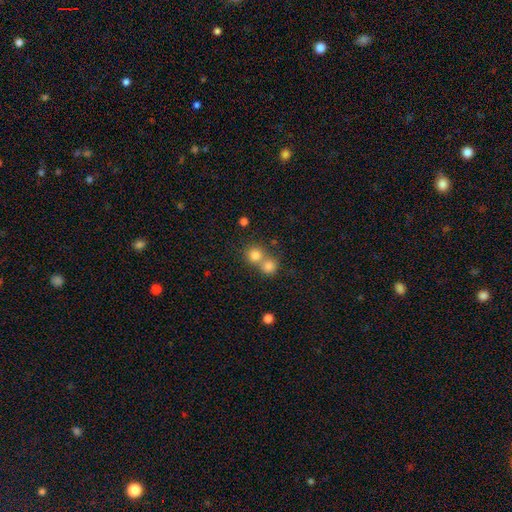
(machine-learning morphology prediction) Smooth or featured?
  - smooth: 79% *
  - star or artifact: 12%
  - featured or disk: 9%
How rounded?
  - round: 88% *
  - in between: 11%
  - cigar-shaped: 1%
Merging?
  - merger: 49% *
  - none: 44%
  - minor disturbance: 5%
  - major disturbance: 2%